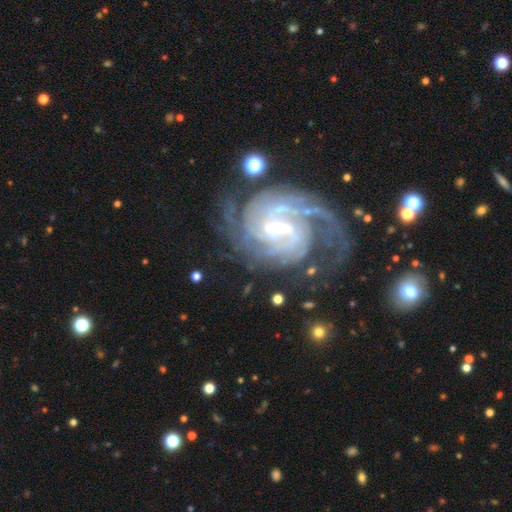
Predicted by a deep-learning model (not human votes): A featured or disk galaxy (91%) with a weak bar (49%), 3 (22%) tight (63%) spiral arms (98%) and a small central bulge (65%). Merging: none (65%).